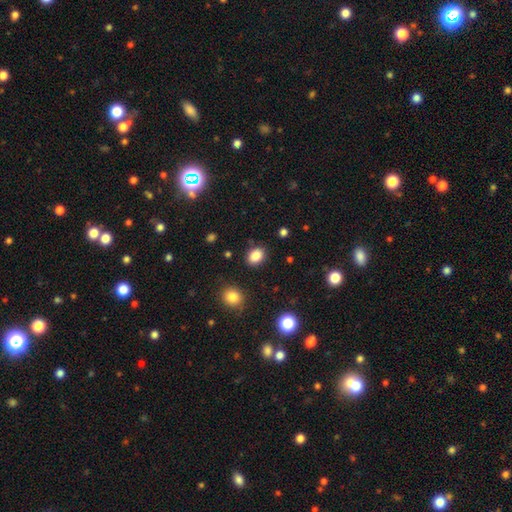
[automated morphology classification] smooth_or_featured: smooth (p=0.85) [alt: star or artifact p=0.10]
how_rounded: in between (p=0.68) [alt: round p=0.31]
merging: none (p=0.86) [alt: minor disturbance p=0.09]